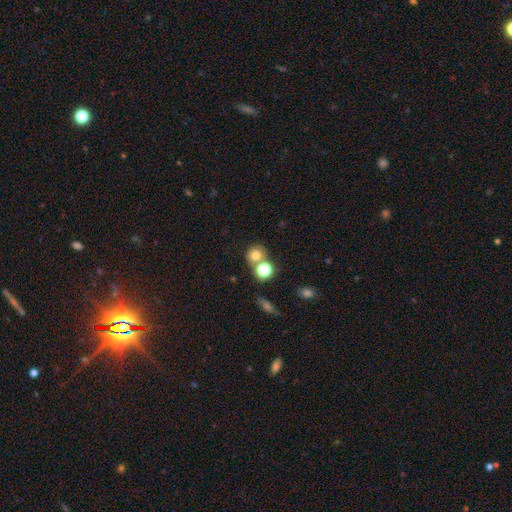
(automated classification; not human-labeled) This appears to be a smooth galaxy with no disk features (74%) that is round (84%). Merging: none (57%).